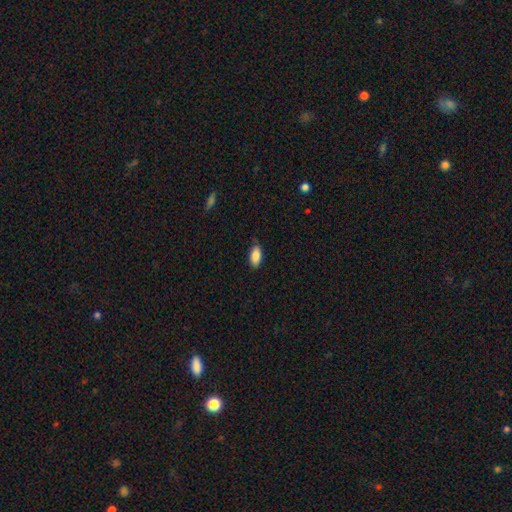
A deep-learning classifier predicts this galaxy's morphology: A smooth galaxy with no disk features (87%) that is in between round and cigar-shaped (91%).

Vote fractions:
- Smooth or featured? smooth: 87% / star or artifact: 7% / featured or disk: 6%
- How rounded? in between: 91% / cigar-shaped: 6% / round: 3%
- Merging? none: 76% / minor disturbance: 20% / major disturbance: 3% / merger: 1%